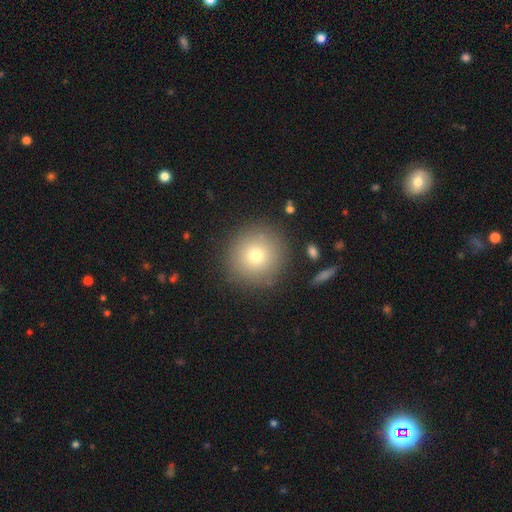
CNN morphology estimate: Smooth or featured: smooth — 74% (star or artifact — 13%)
How rounded: round — 95% (in between — 4%)
Merging: none — 88% (minor disturbance — 7%)